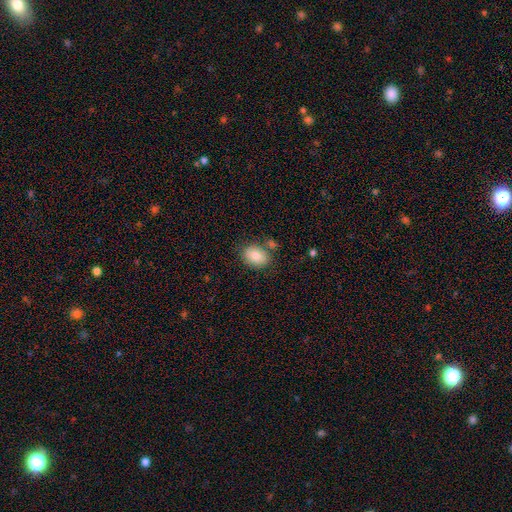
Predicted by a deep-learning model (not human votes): Morphology: type=smooth (83%); roundness=in between (67%); merging=none (73%).